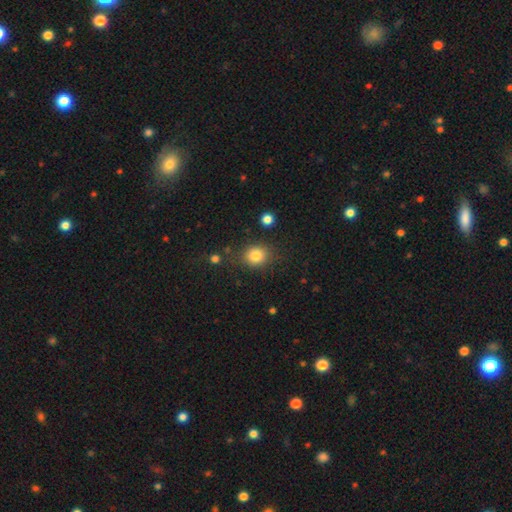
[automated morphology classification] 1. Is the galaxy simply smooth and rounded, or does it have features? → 82% smooth, 11% star or artifact, 6% featured or disk.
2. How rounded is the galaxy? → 74% round, 25% in between, 1% cigar-shaped.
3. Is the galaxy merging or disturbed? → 80% none, 12% minor disturbance, 5% major disturbance, 4% merger.